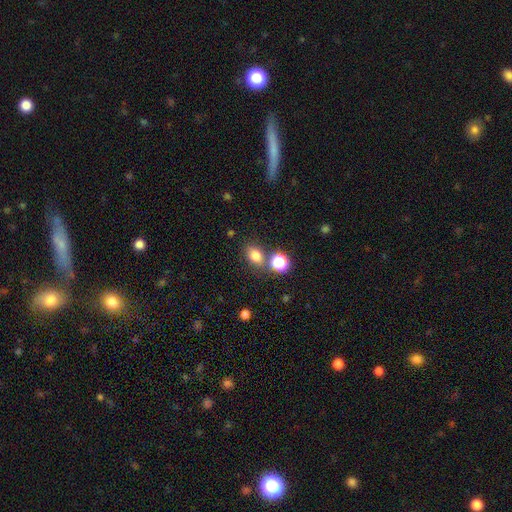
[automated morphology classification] smooth-or-featured: smooth: 78% | star or artifact: 15% | featured or disk: 7%
  how-rounded: in between: 64% | round: 34% | cigar-shaped: 2%
  merging: none: 67% | merger: 17% | minor disturbance: 11% | major disturbance: 4%